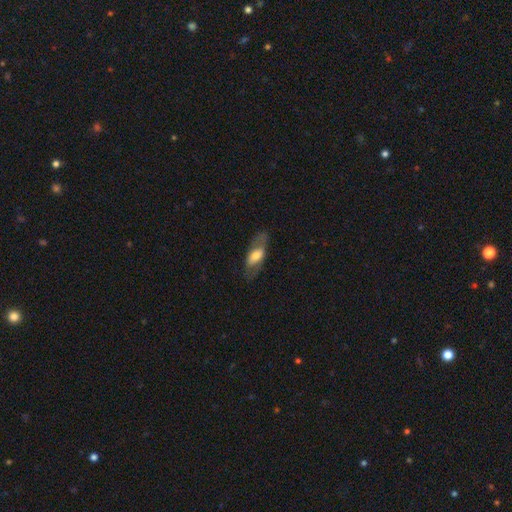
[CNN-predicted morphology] type=smooth (51%); roundness=in between (79%); merging=none (73%).